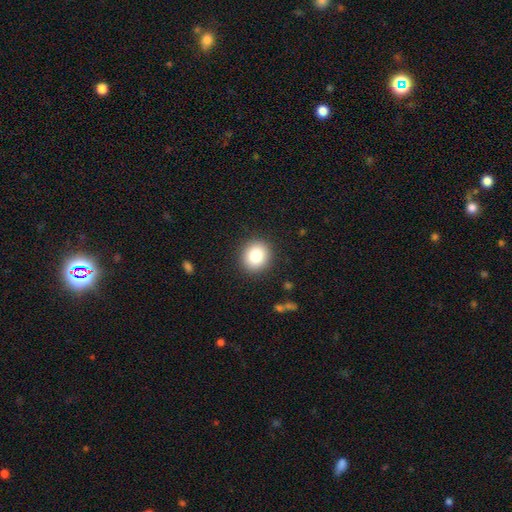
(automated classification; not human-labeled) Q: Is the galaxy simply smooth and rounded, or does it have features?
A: smooth — 83%.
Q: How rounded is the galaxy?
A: round — 81%.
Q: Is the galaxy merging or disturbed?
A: none — 90%.